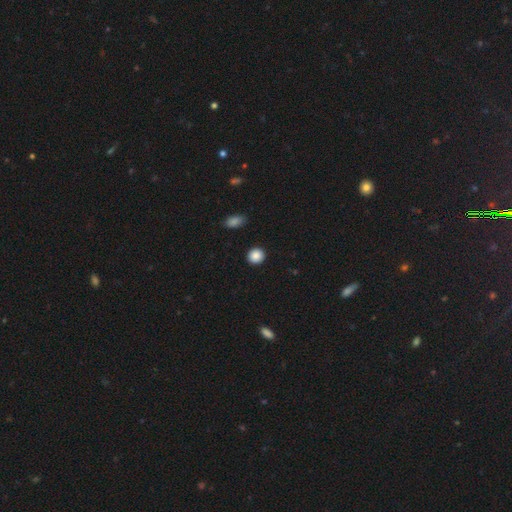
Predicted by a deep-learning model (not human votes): A smooth galaxy with no disk features (88%) that is round (87%).

Vote fractions:
- Smooth or featured? smooth: 88% / star or artifact: 9% / featured or disk: 3%
- How rounded? round: 87% / in between: 12% / cigar-shaped: 1%
- Merging? none: 92% / minor disturbance: 5% / major disturbance: 2% / merger: 1%